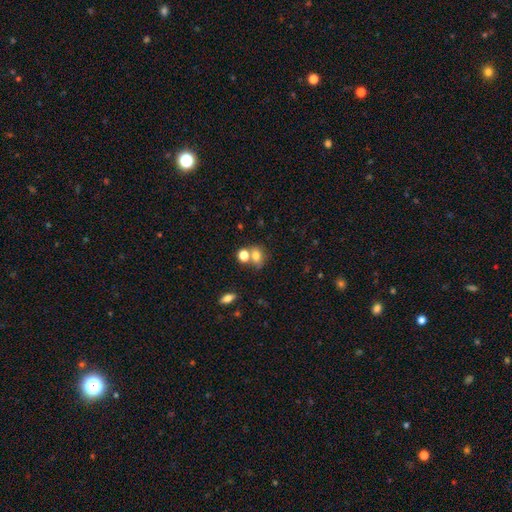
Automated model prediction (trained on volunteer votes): Smooth or featured? Predicted: smooth (p=0.74). How rounded? Predicted: in between (p=0.55). Merging? Predicted: none (p=0.44).